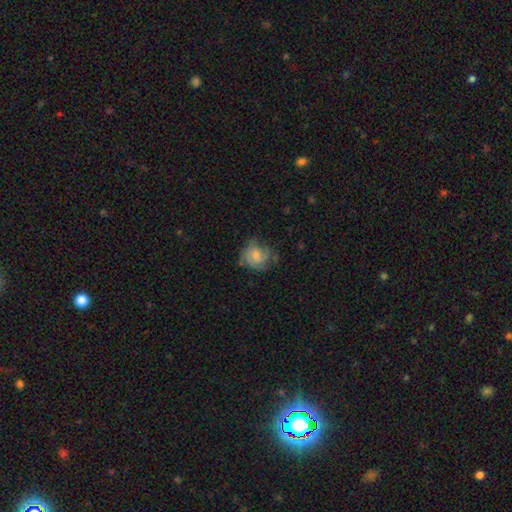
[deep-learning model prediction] Q: Smooth or featured?
A: smooth (52%); runner-up: featured or disk (39%)
Q: How rounded?
A: round (69%); runner-up: in between (30%)
Q: Merging?
A: none (57%); runner-up: minor disturbance (27%)